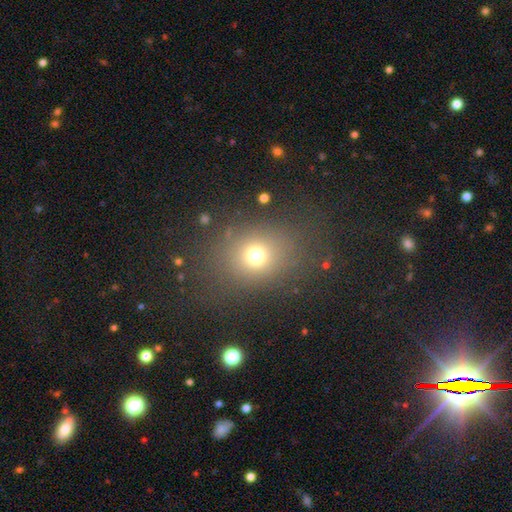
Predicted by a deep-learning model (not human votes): Q: Smooth or featured?
A: smooth (71%); runner-up: star or artifact (18%)
Q: How rounded?
A: round (64%); runner-up: in between (35%)
Q: Merging?
A: none (78%); runner-up: minor disturbance (11%)